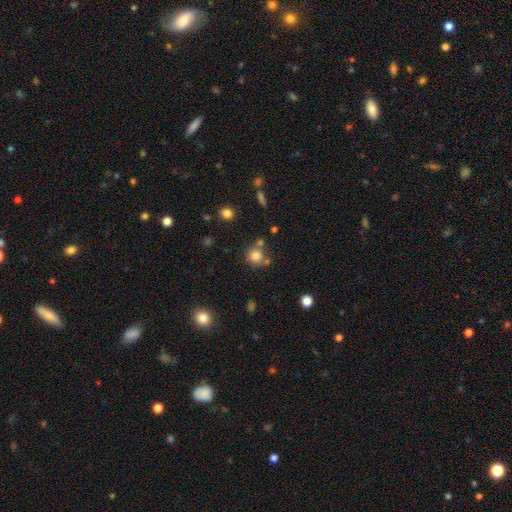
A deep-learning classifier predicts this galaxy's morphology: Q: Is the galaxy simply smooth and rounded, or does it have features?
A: smooth — 80%.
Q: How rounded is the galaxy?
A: round — 91%.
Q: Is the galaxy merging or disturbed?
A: none — 66%.